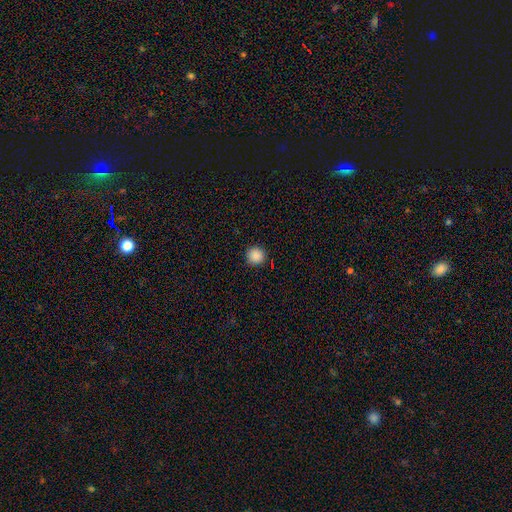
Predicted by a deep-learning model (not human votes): Smooth or featured? smooth (88%)
How rounded? round (95%)
Merging? none (92%)